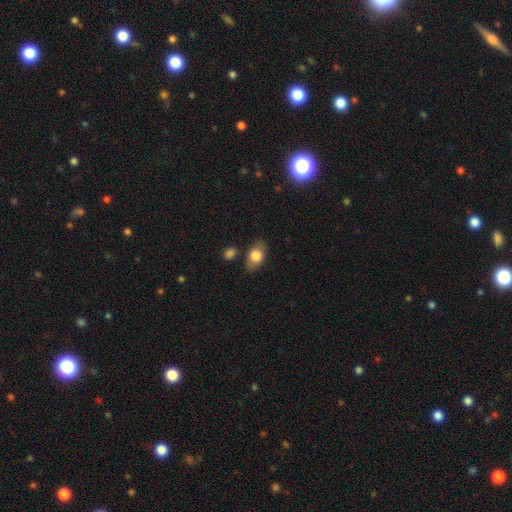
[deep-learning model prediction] Smooth or featured: smooth — 78% (featured or disk — 16%)
How rounded: in between — 87% (round — 11%)
Merging: none — 78% (minor disturbance — 14%)